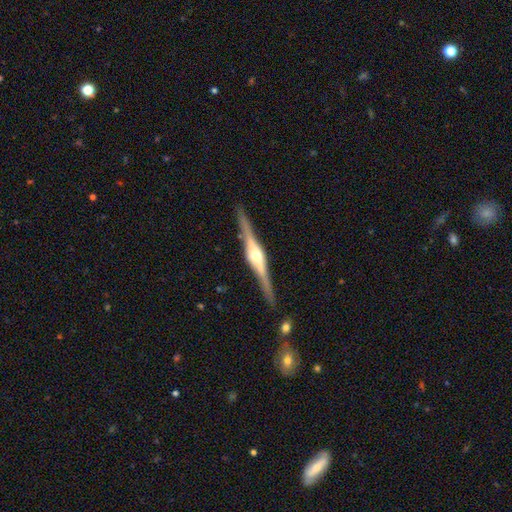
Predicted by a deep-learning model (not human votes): This appears to be a featured or disk galaxy (86%) viewed edge-on (98%) with a rounded central bulge (89%). Merging: none (88%).